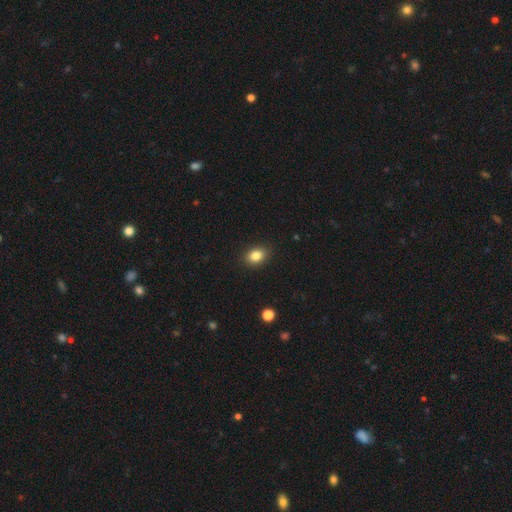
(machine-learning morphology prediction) This is clearly a smooth galaxy (84%). How rounded: likely in between (65%). Merging: clearly none (89%).